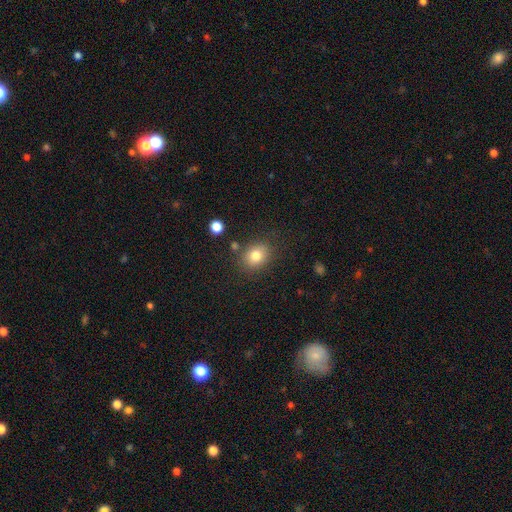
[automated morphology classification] type=smooth (80%); roundness=round (56%); merging=none (78%).